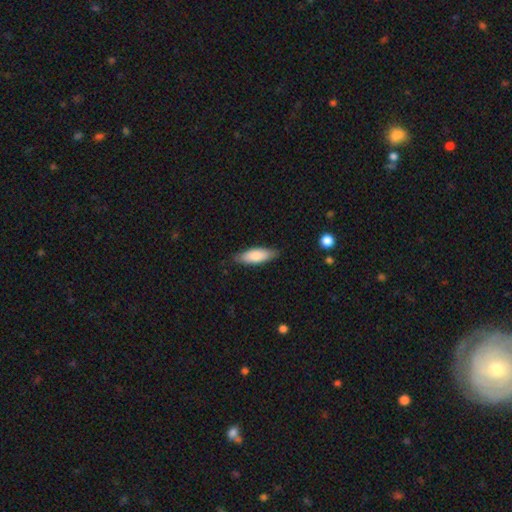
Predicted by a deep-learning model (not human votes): smooth-or-featured: smooth: 84% | featured or disk: 11% | star or artifact: 5%
  how-rounded: in between: 65% | cigar-shaped: 33% | round: 2%
  merging: none: 82% | minor disturbance: 14% | major disturbance: 2% | merger: 1%